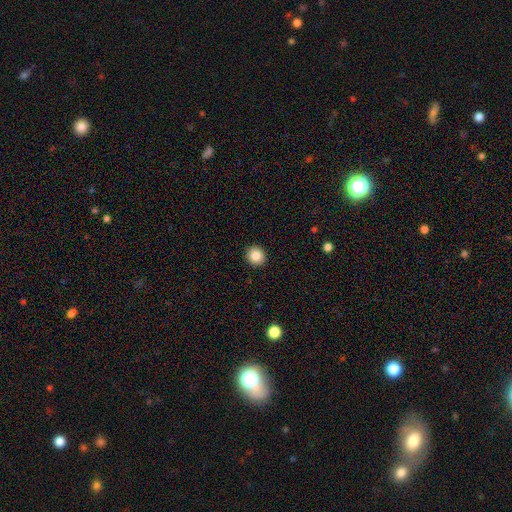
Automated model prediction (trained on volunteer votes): The model was most divided on "how rounded": round: 88%, in between: 11%, cigar-shaped: 1%. More confident: merging — none (92%); smooth or featured — smooth (86%).